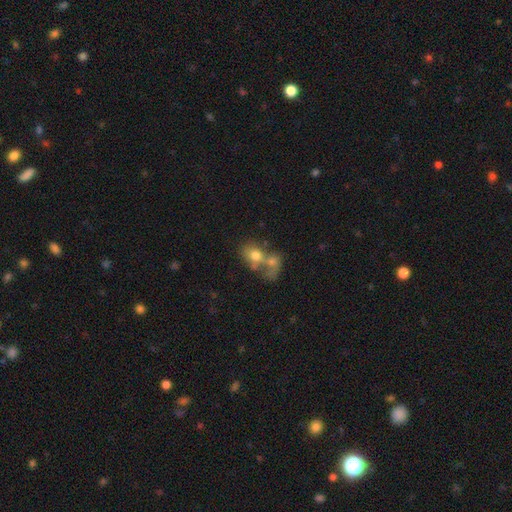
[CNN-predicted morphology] smooth_or_featured: smooth (p=0.67) [alt: featured or disk p=0.23]
how_rounded: in between (p=0.58) [alt: round p=0.41]
merging: merger (p=0.67) [alt: none p=0.16]